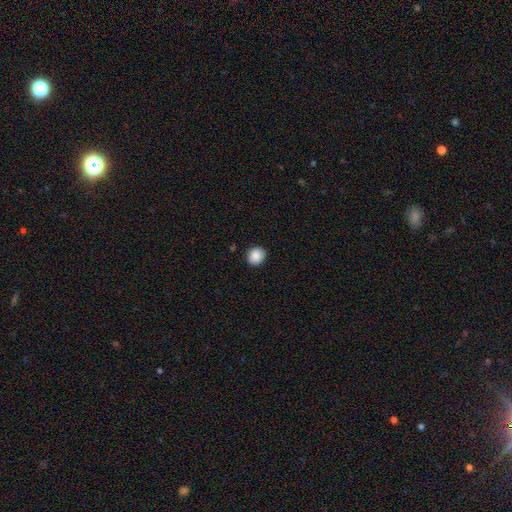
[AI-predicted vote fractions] Smooth or featured? Predicted: smooth (p=0.87). How rounded? Predicted: round (p=0.77). Merging? Predicted: none (p=0.89).